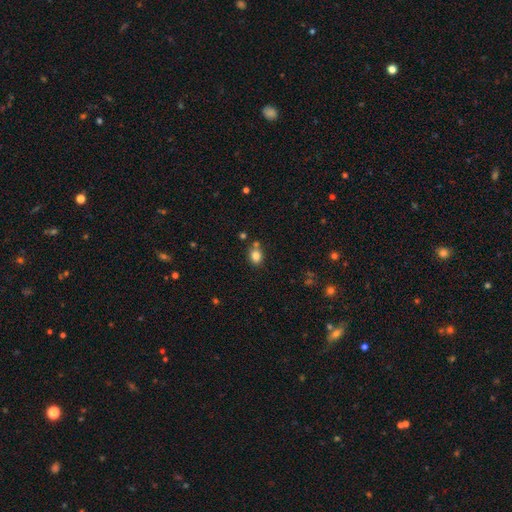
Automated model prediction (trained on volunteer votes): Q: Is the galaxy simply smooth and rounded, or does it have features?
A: smooth — 83%.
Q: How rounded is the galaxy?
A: round — 51%.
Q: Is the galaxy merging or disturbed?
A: none — 66%.